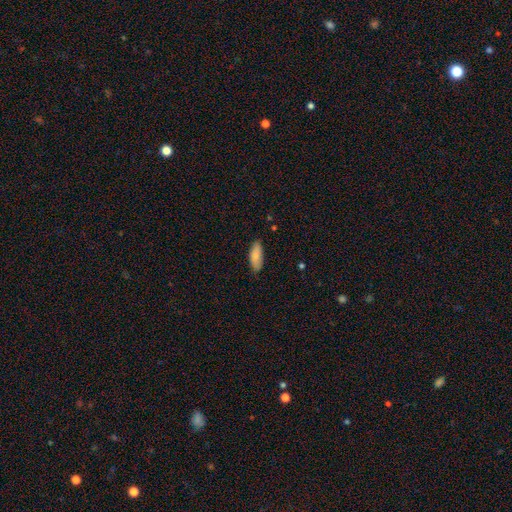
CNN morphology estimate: type=smooth (84%); roundness=in between (72%); merging=none (83%).